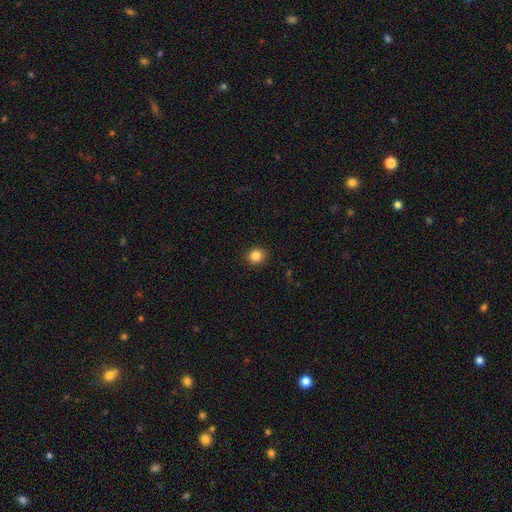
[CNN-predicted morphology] Overall: smooth (85%). How rounded: round (84%). Merging: none (91%).